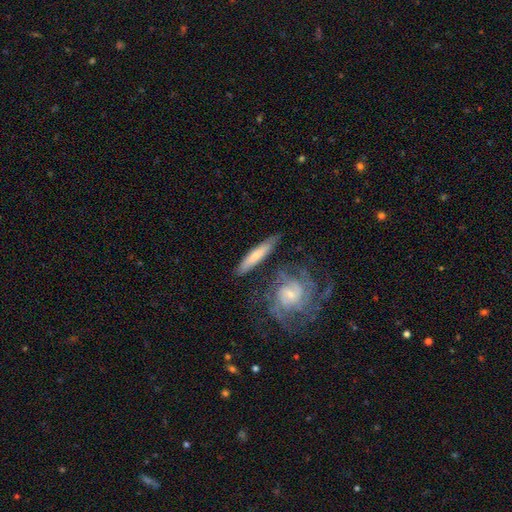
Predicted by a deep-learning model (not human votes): This appears to be a smooth galaxy with no disk features (51%) that is cigar-shaped (83%). Merging: none (73%).